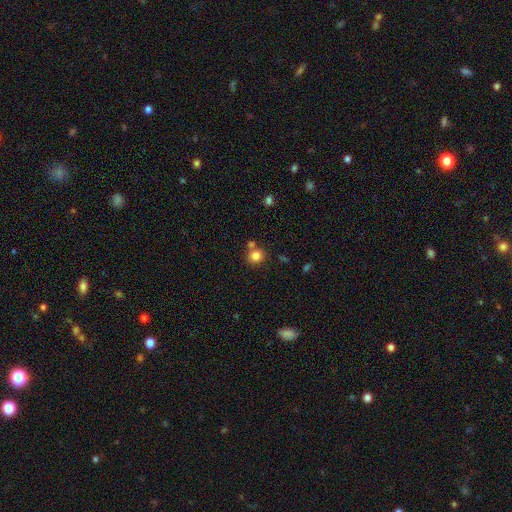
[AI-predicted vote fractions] This appears to be a smooth galaxy with no disk features (82%) that is round (84%). Merging: none (67%).